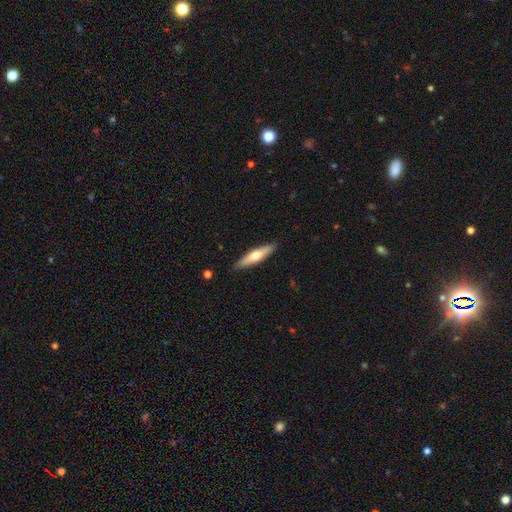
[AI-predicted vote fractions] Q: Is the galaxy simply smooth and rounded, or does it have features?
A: smooth — 50%.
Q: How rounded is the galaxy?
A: cigar-shaped — 79%.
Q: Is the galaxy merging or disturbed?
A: none — 88%.